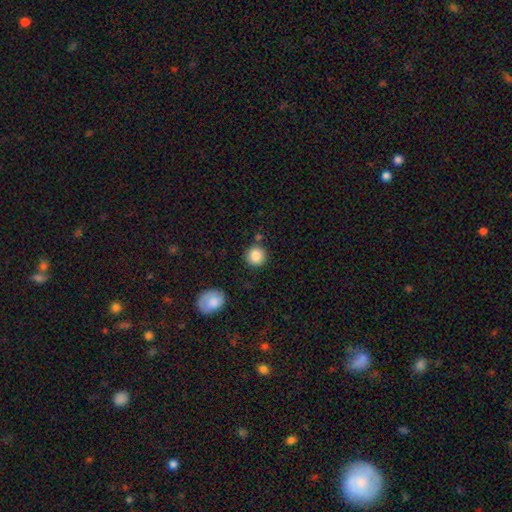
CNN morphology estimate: Overall: smooth (86%). How rounded: round (93%). Merging: none (85%).